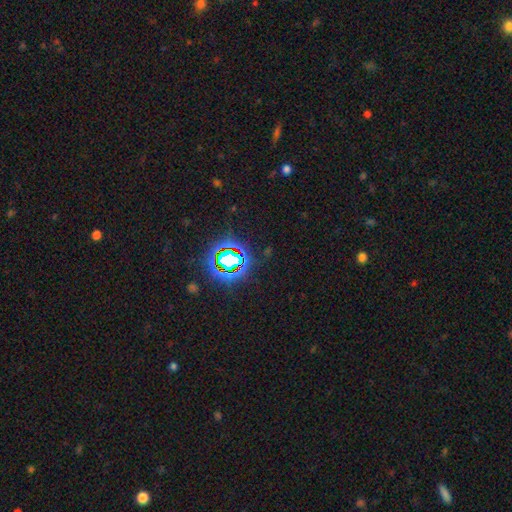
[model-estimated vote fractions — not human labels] A star or artifact, not a galaxy (82%).